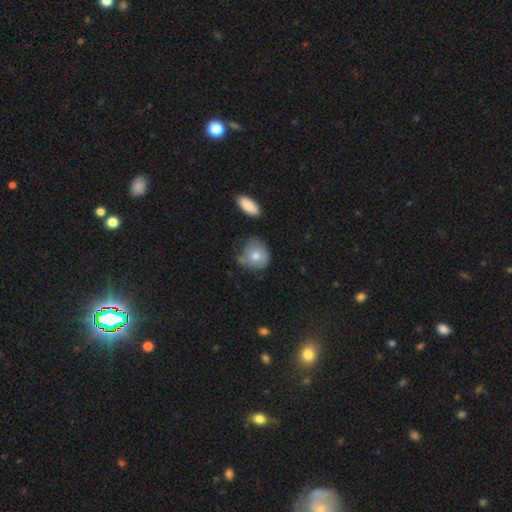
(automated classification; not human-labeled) Smooth or featured? Predicted: smooth (p=0.72). How rounded? Predicted: round (p=0.71). Merging? Predicted: none (p=0.51).